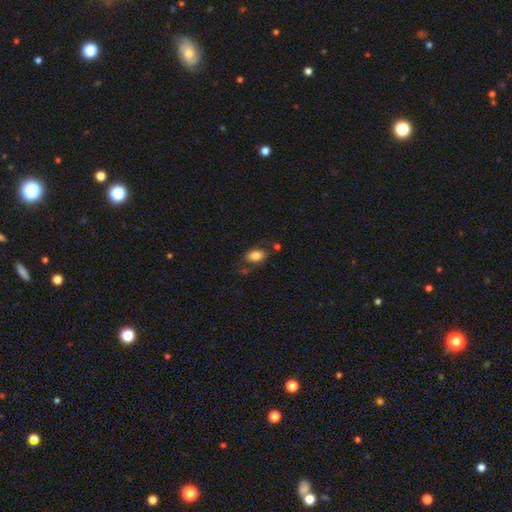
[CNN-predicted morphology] smooth-or-featured: smooth: 82% | featured or disk: 10% | star or artifact: 8%
  how-rounded: in between: 82% | round: 17% | cigar-shaped: 1%
  merging: none: 68% | minor disturbance: 18% | merger: 8% | major disturbance: 6%